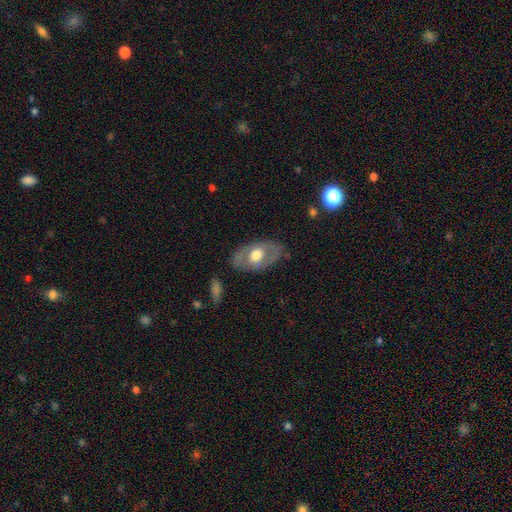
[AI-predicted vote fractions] smooth_or_featured: featured or disk (p=0.52) [alt: smooth p=0.43]
disk_edge_on: no (p=0.88) [alt: yes p=0.12]
merging: none (p=0.78) [alt: minor disturbance p=0.15]